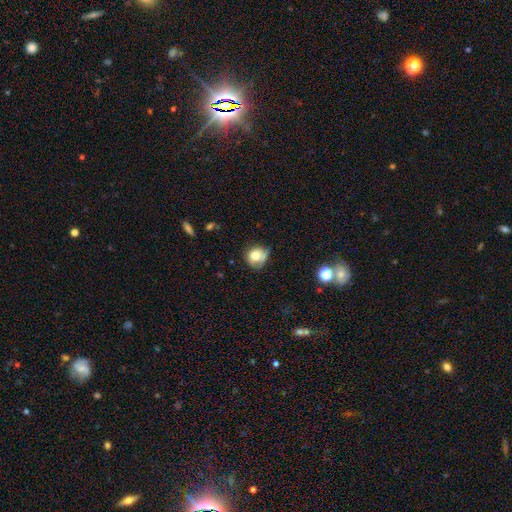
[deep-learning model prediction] Smooth or featured: smooth — 75% (featured or disk — 15%)
How rounded: round — 80% (in between — 19%)
Merging: none — 51% (minor disturbance — 32%)